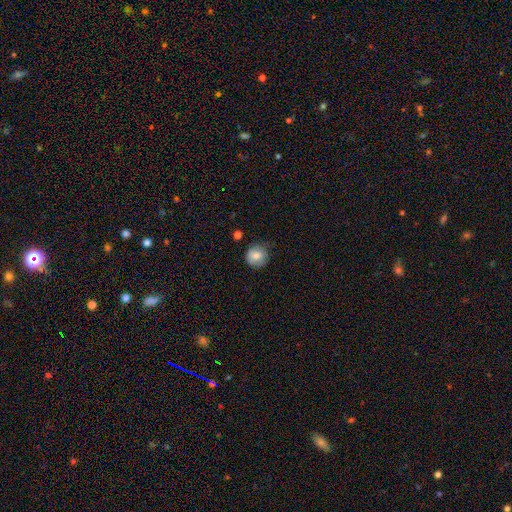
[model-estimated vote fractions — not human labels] This is likely a smooth galaxy (78%). How rounded: clearly round (90%). Merging: likely none (70%).